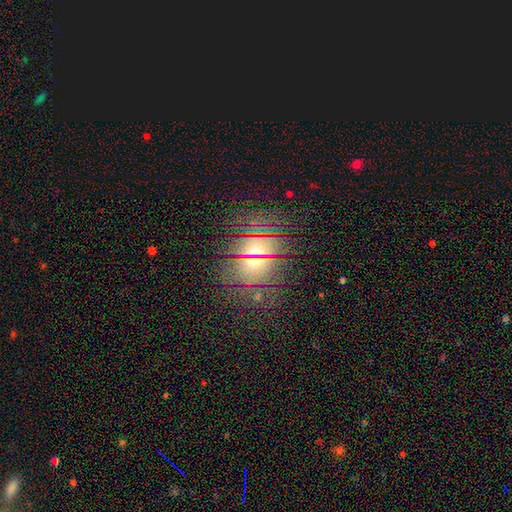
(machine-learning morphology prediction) Q: Smooth or featured?
A: star or artifact (41%); runner-up: smooth (40%)